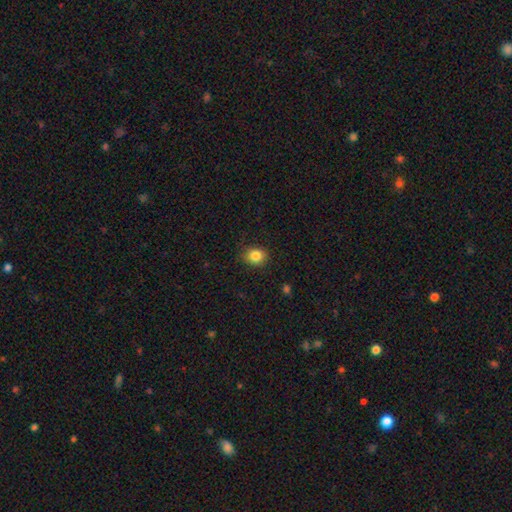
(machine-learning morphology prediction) Q: Smooth or featured?
A: smooth (84%); runner-up: star or artifact (10%)
Q: How rounded?
A: round (67%); runner-up: in between (33%)
Q: Merging?
A: none (83%); runner-up: minor disturbance (13%)